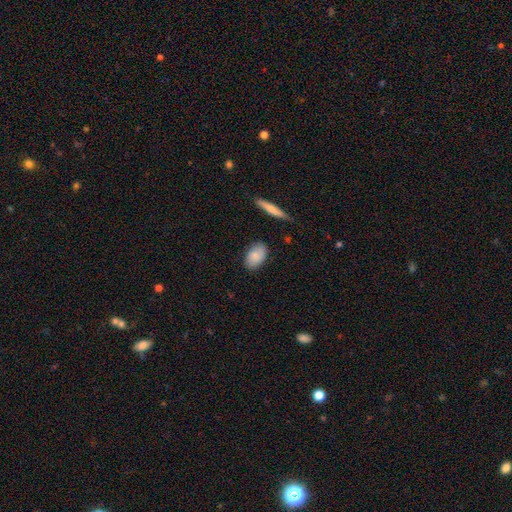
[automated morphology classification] Smooth or featured? Predicted: smooth (p=0.79). How rounded? Predicted: in between (p=0.90). Merging? Predicted: none (p=0.80).